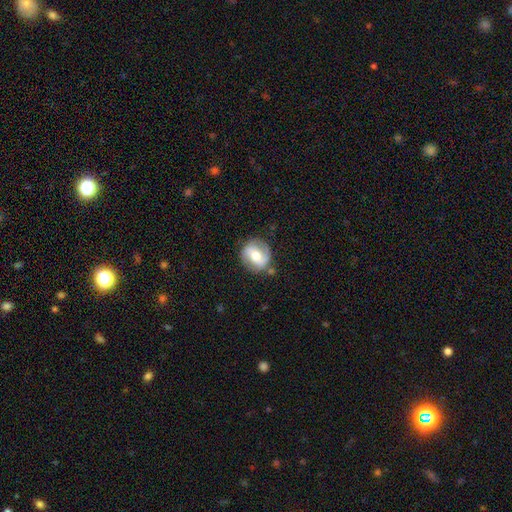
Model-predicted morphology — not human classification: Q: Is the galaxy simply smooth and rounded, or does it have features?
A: featured or disk — 66%.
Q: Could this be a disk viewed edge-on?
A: no — 97%.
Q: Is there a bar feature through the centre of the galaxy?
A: weak — 40%.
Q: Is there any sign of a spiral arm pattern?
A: yes — 85%.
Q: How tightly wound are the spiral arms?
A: medium — 44%.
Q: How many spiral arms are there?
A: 2 — 86%.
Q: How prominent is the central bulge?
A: moderate — 71%.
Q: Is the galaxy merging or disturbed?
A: none — 79%.